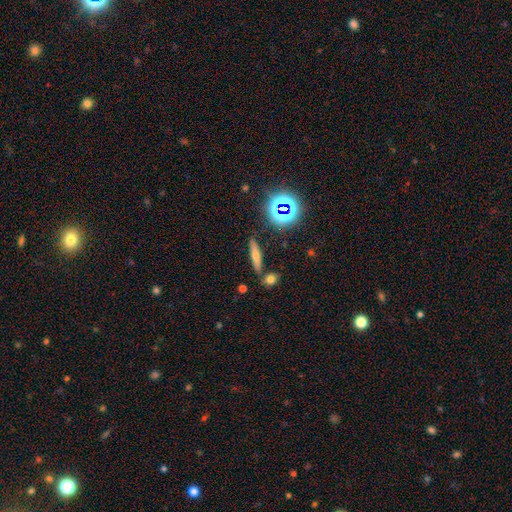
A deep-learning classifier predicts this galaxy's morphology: Smooth or featured? Predicted: smooth (p=0.55). How rounded? Predicted: cigar-shaped (p=0.78). Merging? Predicted: none (p=0.80).